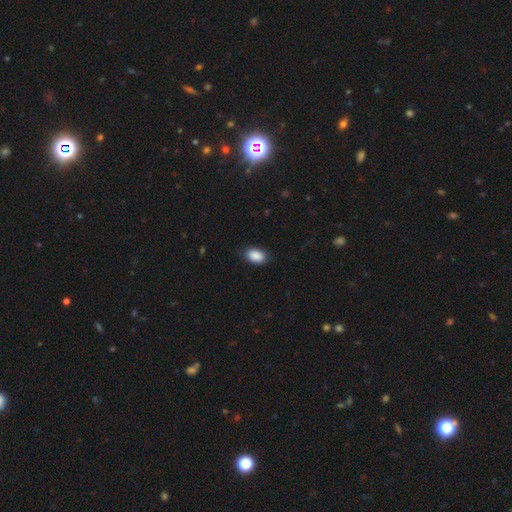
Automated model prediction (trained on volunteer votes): This is clearly a smooth galaxy (90%). How rounded: clearly in between (90%). Merging: clearly none (84%).